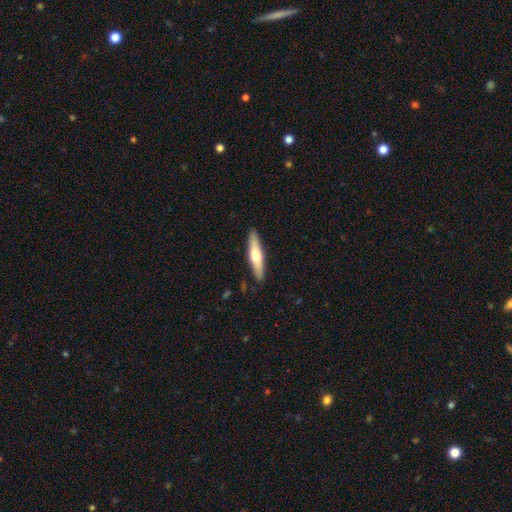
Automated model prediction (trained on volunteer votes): smooth 52%, featured or disk 43%, star or artifact 5%. Down the decision tree: how rounded — cigar-shaped (81%); merging — none (89%).